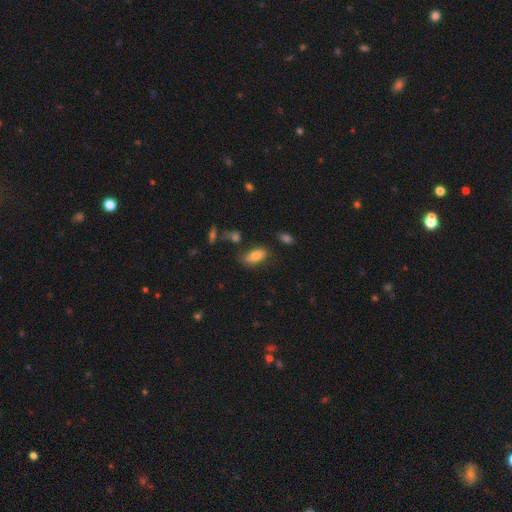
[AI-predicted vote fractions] The model was most divided on "merging": none: 70%, minor disturbance: 19%, major disturbance: 6%, merger: 5%. More confident: how rounded — in between (89%); smooth or featured — smooth (78%).